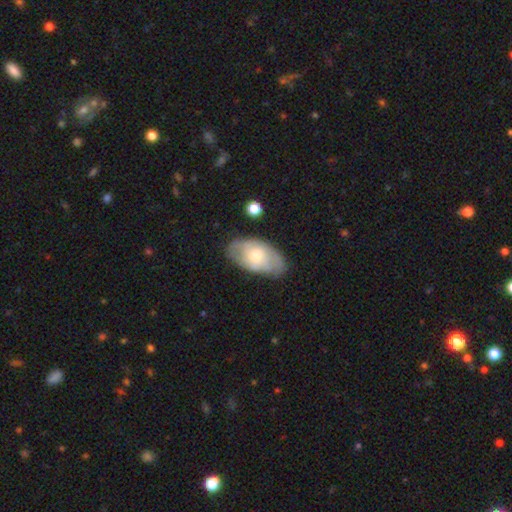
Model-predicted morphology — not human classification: featured or disk 49%, smooth 44%, star or artifact 6%. Down the decision tree: merging — none (68%).